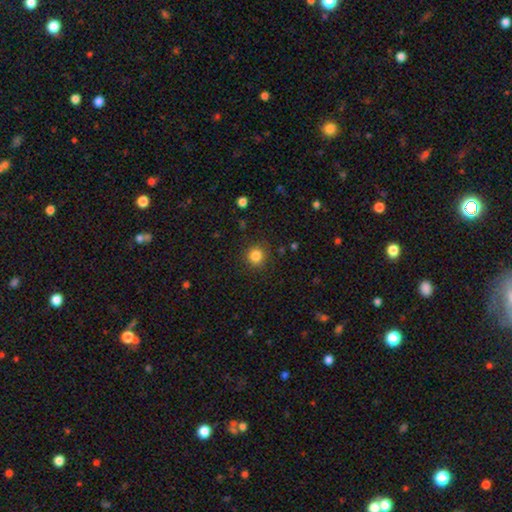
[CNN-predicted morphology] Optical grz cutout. It shows a smooth galaxy with no disk features (84%) that is round (92%). Merging: none (87%).